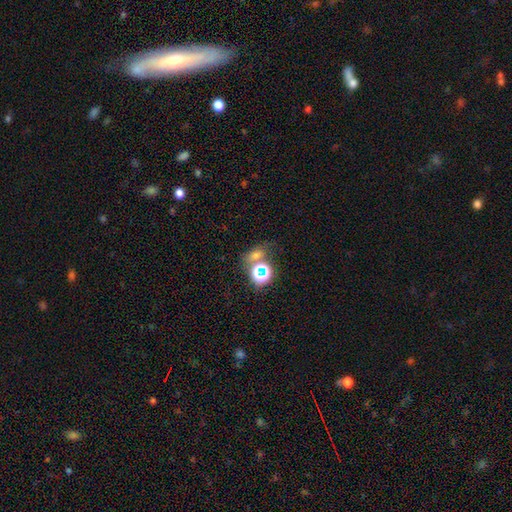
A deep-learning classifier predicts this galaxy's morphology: smooth_or_featured: smooth (p=0.45) [alt: star or artifact p=0.43]
merging: none (p=0.55) [alt: merger p=0.24]